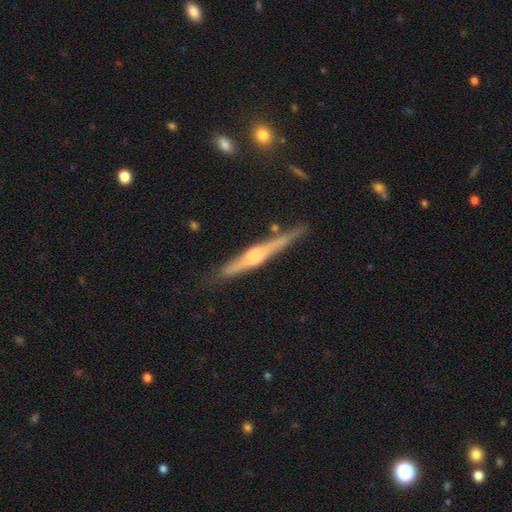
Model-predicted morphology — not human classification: The model was most divided on "smooth or featured": featured or disk: 74%, smooth: 20%, star or artifact: 6%. More confident: edge-on disk — yes (98%); merging — none (82%); edge-on bulge — rounded (80%).